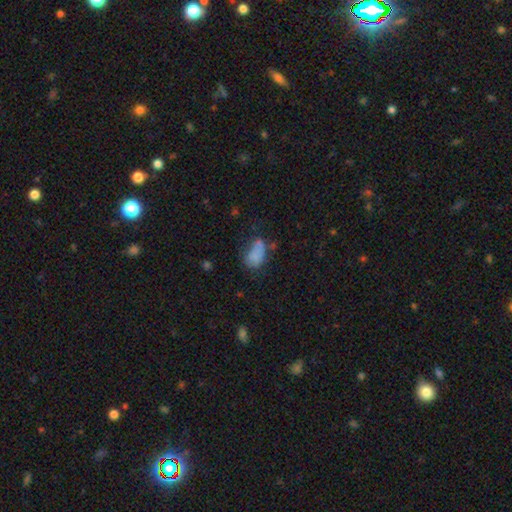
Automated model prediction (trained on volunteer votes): This is likely a smooth galaxy (71%). How rounded: clearly in between (89%). Merging: marginally none (35%).